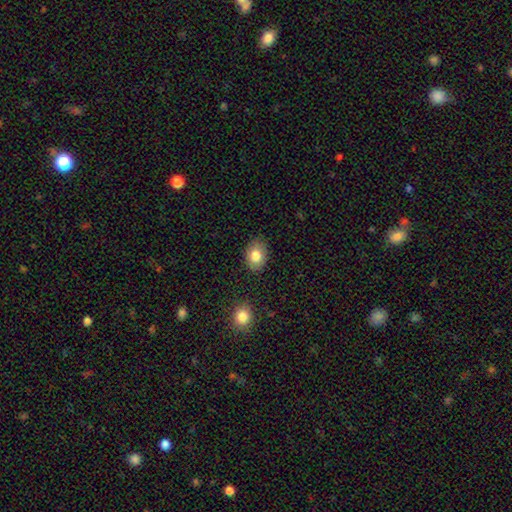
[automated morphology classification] Q: Smooth or featured?
A: smooth (81%); runner-up: featured or disk (11%)
Q: How rounded?
A: in between (72%); runner-up: round (27%)
Q: Merging?
A: none (84%); runner-up: minor disturbance (11%)